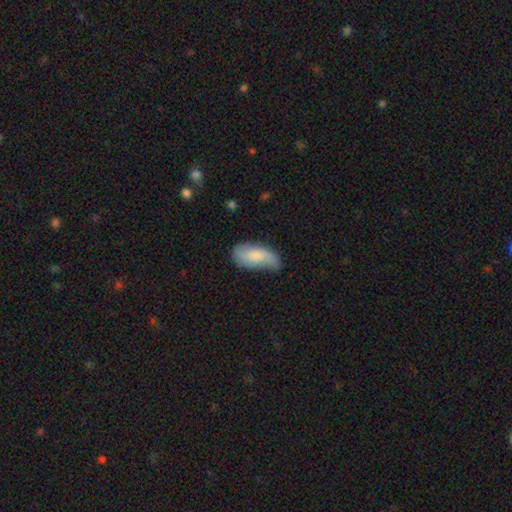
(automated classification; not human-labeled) This appears to be a smooth galaxy with no disk features (71%) that is in between round and cigar-shaped (91%). Merging: none (48%).